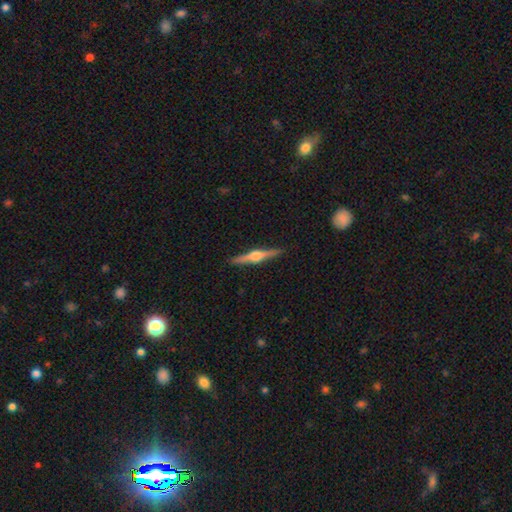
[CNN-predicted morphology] A featured or disk galaxy (78%) viewed edge-on (98%) with a rounded central bulge (94%).

Vote fractions:
- Smooth or featured? featured or disk: 78% / smooth: 16% / star or artifact: 5%
- Edge-on disk? yes: 98% / no: 2%
- Edge-on bulge? rounded: 94% / boxy: 4% / none: 2%
- Merging? none: 91% / minor disturbance: 6% / major disturbance: 1% / merger: 1%